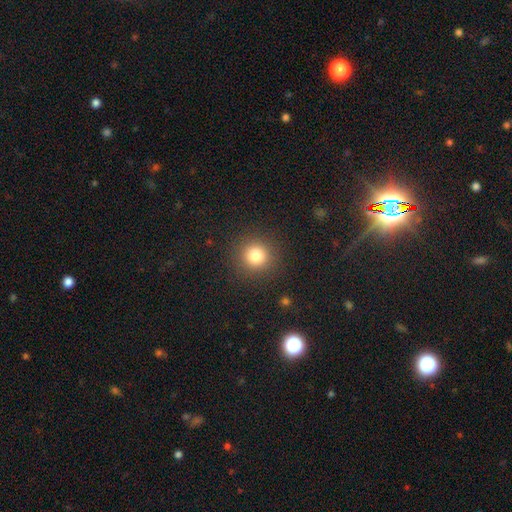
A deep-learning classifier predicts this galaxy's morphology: Smooth or featured: smooth — 80% (star or artifact — 13%)
How rounded: round — 93% (in between — 6%)
Merging: none — 90% (minor disturbance — 6%)